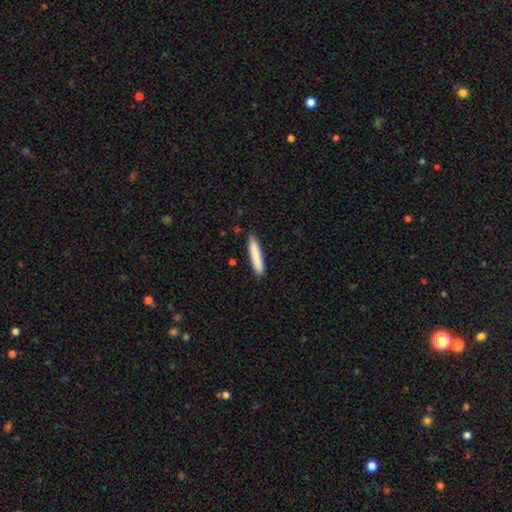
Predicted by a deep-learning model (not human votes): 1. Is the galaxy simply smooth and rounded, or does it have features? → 85% smooth, 10% featured or disk, 6% star or artifact.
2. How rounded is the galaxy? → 89% cigar-shaped, 9% in between, 1% round.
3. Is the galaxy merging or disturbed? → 88% none, 9% minor disturbance, 2% major disturbance, 1% merger.